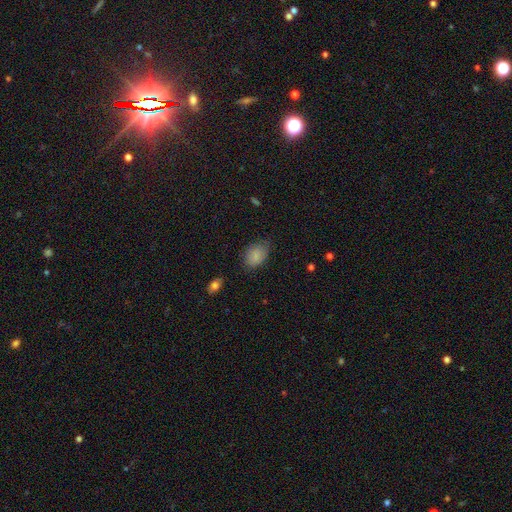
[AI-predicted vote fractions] Q: Smooth or featured?
A: smooth (85%); runner-up: star or artifact (8%)
Q: How rounded?
A: in between (81%); runner-up: round (18%)
Q: Merging?
A: none (66%); runner-up: minor disturbance (26%)